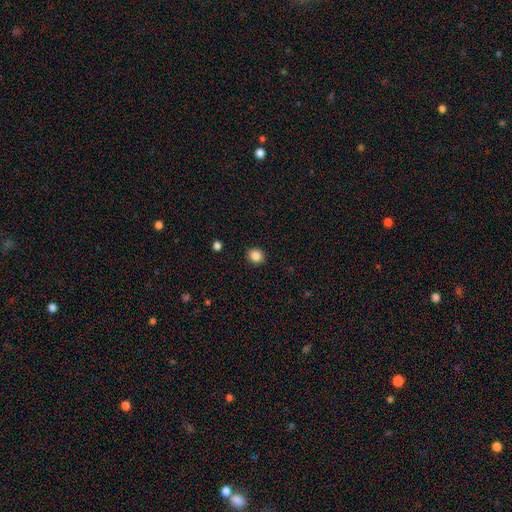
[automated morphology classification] Smooth or featured: smooth — 86% (star or artifact — 10%)
How rounded: round — 74% (in between — 25%)
Merging: none — 91% (minor disturbance — 6%)